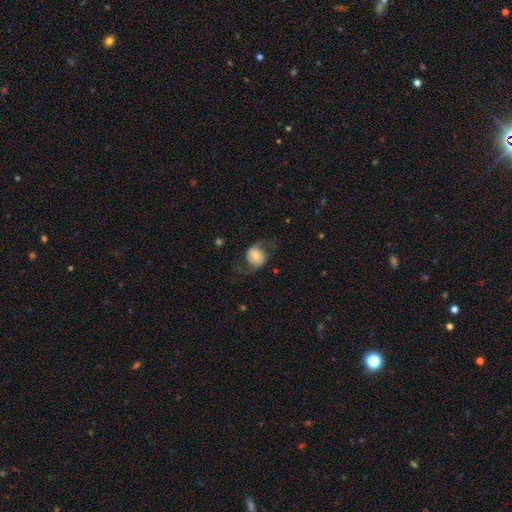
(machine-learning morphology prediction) featured or disk 55%, smooth 37%, star or artifact 8%. Down the decision tree: edge-on disk — no (96%); bar — no (47%); spiral arms — yes (83%); bulge size — moderate (41%); merging — none (59%).